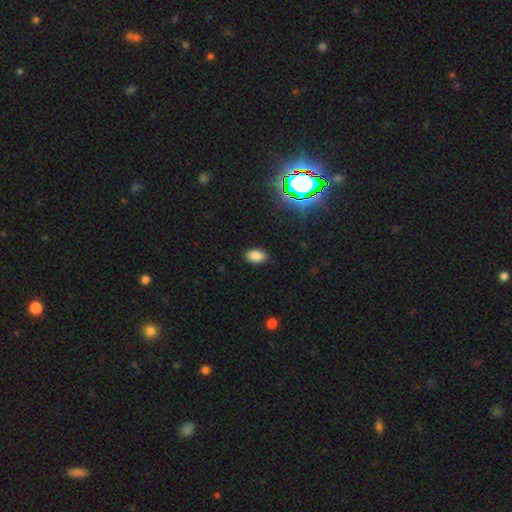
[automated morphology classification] type=smooth (83%); roundness=in between (89%); merging=none (86%).